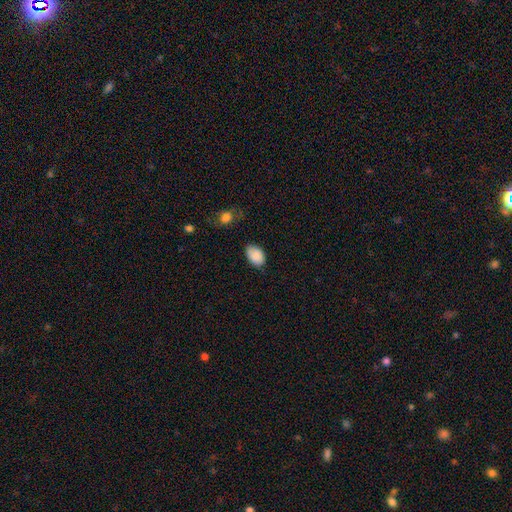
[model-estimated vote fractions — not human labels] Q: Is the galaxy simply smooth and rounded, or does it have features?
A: smooth — 88%.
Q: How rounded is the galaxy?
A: in between — 87%.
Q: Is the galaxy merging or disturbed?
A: none — 74%.